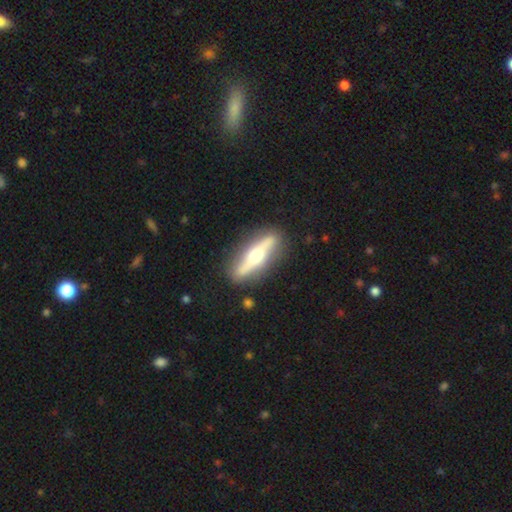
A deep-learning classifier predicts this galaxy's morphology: Q: Smooth or featured?
A: featured or disk (70%); runner-up: smooth (25%)
Q: Edge-on disk?
A: yes (86%); runner-up: no (14%)
Q: Edge-on bulge?
A: rounded (94%); runner-up: boxy (3%)
Q: Merging?
A: none (87%); runner-up: minor disturbance (9%)